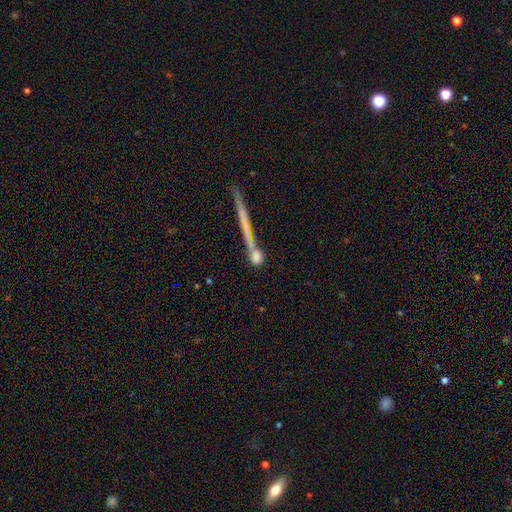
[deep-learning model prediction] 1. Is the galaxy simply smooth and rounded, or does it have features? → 59% smooth, 30% featured or disk, 11% star or artifact.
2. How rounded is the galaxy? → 47% round, 39% cigar-shaped, 14% in between.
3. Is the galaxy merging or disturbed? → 56% none, 25% merger, 12% minor disturbance, 8% major disturbance.